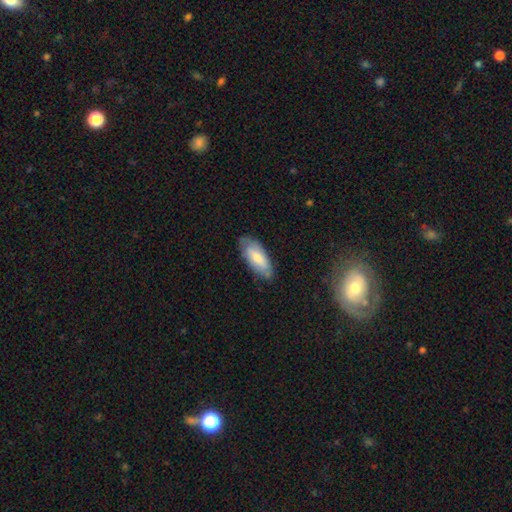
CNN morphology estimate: type=smooth (63%); roundness=in between (81%); merging=none (76%).